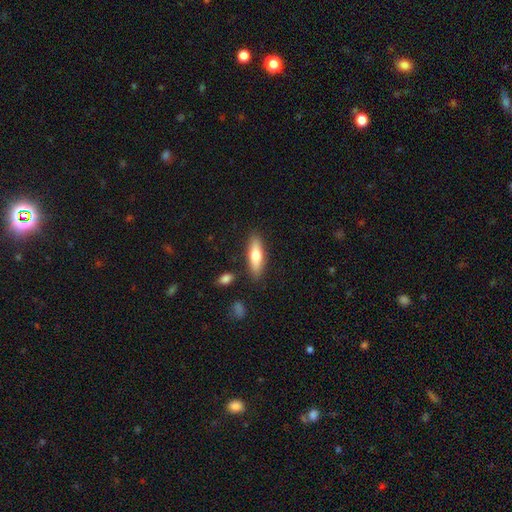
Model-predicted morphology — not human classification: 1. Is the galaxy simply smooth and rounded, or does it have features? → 67% smooth, 27% featured or disk, 6% star or artifact.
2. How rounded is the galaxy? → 58% cigar-shaped, 40% in between, 2% round.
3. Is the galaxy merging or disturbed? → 84% none, 10% minor disturbance, 3% merger, 2% major disturbance.